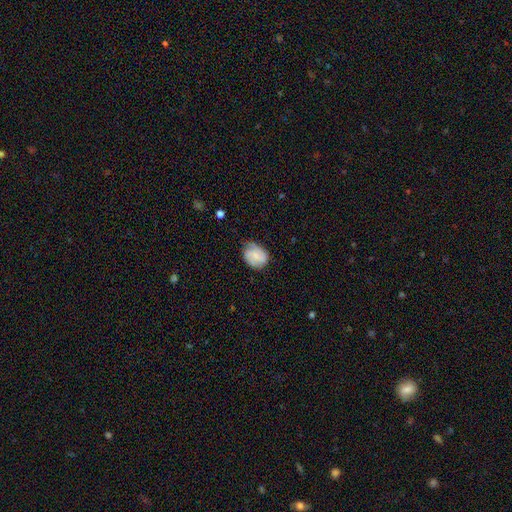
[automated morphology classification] This is possibly a smooth galaxy (53%). How rounded: possibly in between (56%). Merging: possibly none (57%).